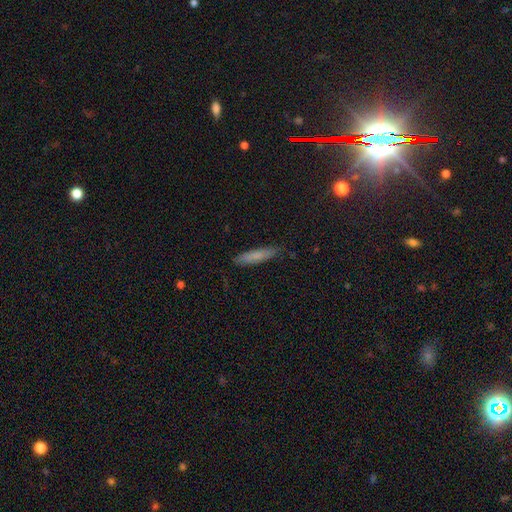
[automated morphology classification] The model was most divided on "smooth or featured": smooth: 75%, featured or disk: 17%, star or artifact: 8%. More confident: merging — none (84%); how rounded — cigar-shaped (83%).